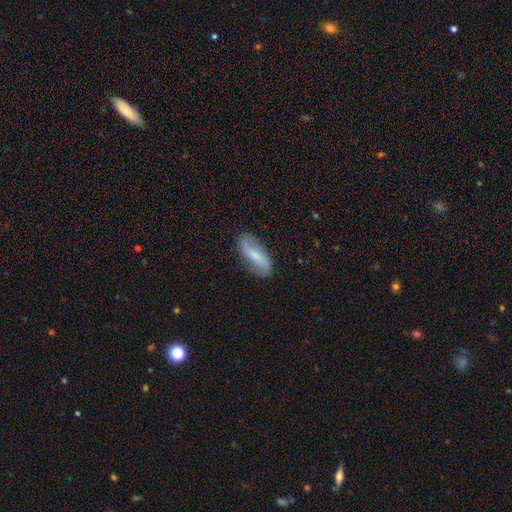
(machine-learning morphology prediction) Smooth or featured? Predicted: featured or disk (p=0.53). Edge-on disk? Predicted: no (p=0.88). Merging? Predicted: none (p=0.79).